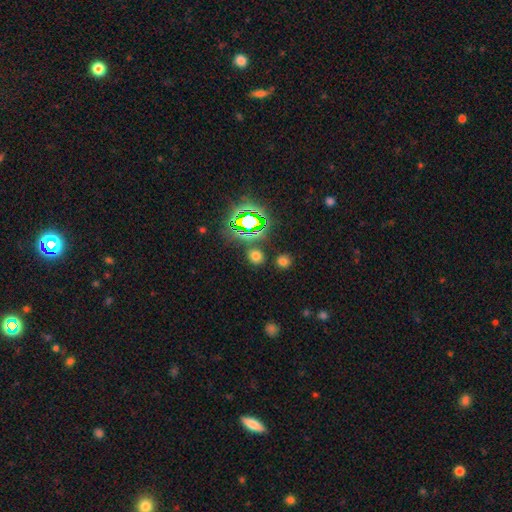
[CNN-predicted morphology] The model was most divided on "smooth or featured": smooth: 64%, star or artifact: 30%, featured or disk: 6%. More confident: merging — none (82%); how rounded — round (73%).